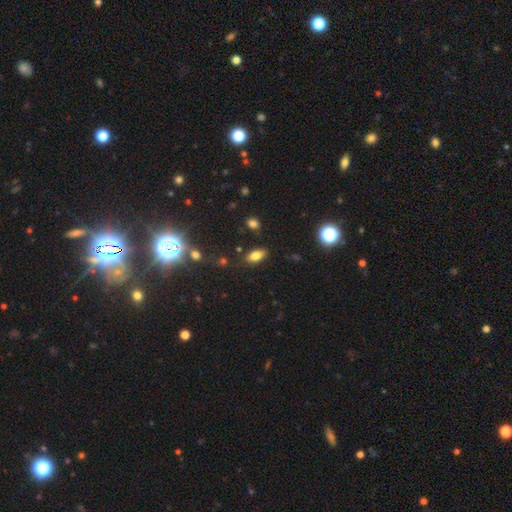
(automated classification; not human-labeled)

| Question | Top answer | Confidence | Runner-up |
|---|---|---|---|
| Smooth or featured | smooth | 78% | star or artifact (12%) |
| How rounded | in between | 88% | cigar-shaped (7%) |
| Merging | none | 83% | minor disturbance (11%) |